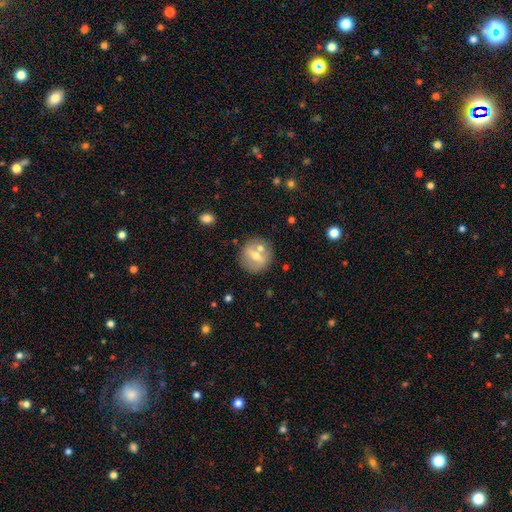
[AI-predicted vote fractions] Q: Smooth or featured?
A: smooth (47%); runner-up: featured or disk (44%)
Q: Merging?
A: none (75%); runner-up: merger (12%)